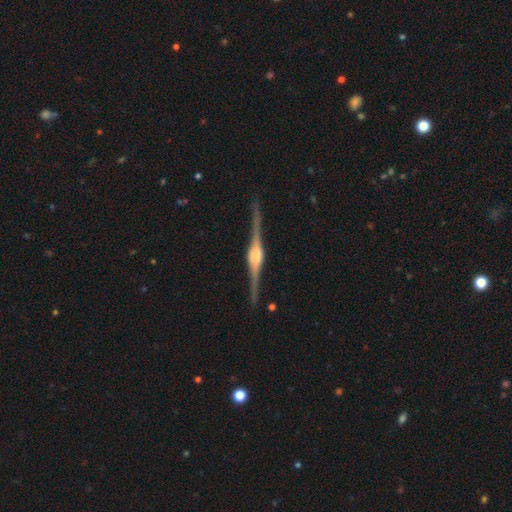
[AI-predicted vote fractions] Smooth or featured? featured or disk (89%)
Edge-on disk? yes (98%)
Edge-on bulge? rounded (81%)
Merging? none (88%)